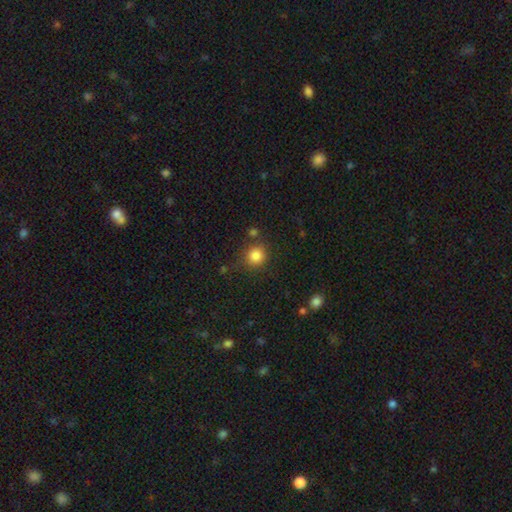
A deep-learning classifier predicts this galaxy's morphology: Smooth or featured?
  - smooth: 84% *
  - star or artifact: 11%
  - featured or disk: 4%
How rounded?
  - round: 91% *
  - in between: 8%
  - cigar-shaped: 1%
Merging?
  - none: 80% *
  - minor disturbance: 10%
  - merger: 6%
  - major disturbance: 4%